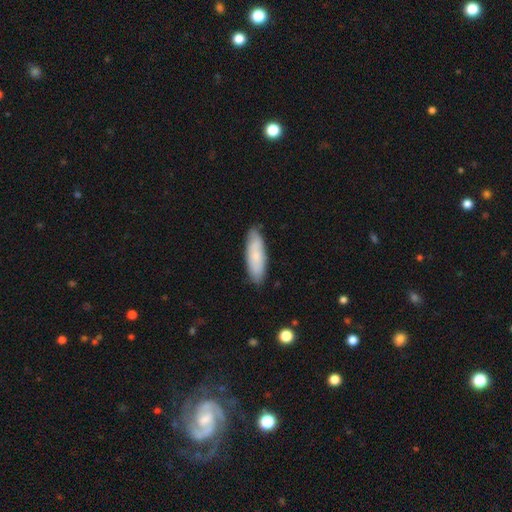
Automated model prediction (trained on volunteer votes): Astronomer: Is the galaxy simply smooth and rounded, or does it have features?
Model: smooth — 75%.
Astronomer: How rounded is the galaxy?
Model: cigar-shaped — 49%, tied with in between at 49%.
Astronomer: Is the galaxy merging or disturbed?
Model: none — 84%.